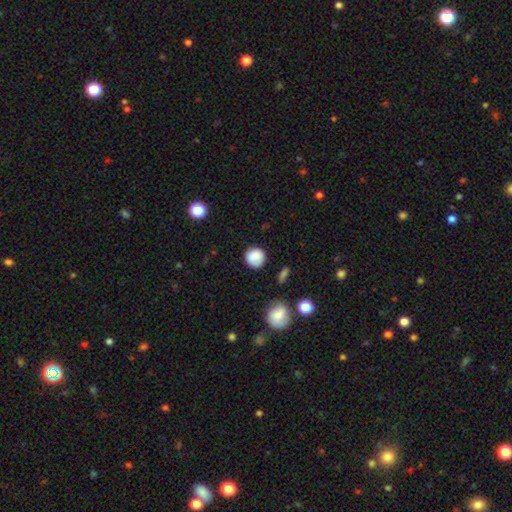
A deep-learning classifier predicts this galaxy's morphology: Smooth or featured? smooth (85%)
How rounded? round (90%)
Merging? none (80%)